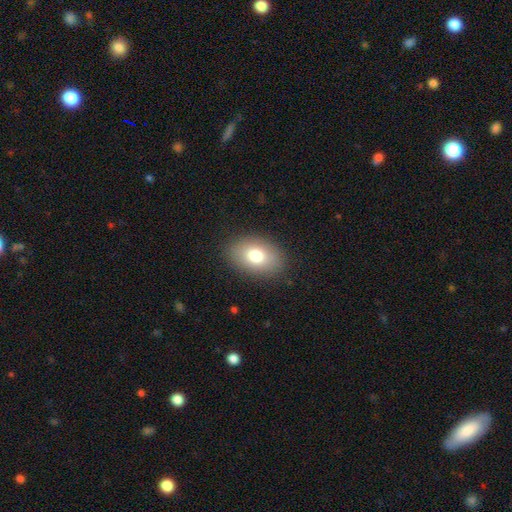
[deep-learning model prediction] This appears to be a smooth galaxy with no disk features (78%) that is in between round and cigar-shaped (84%). Merging: none (87%).